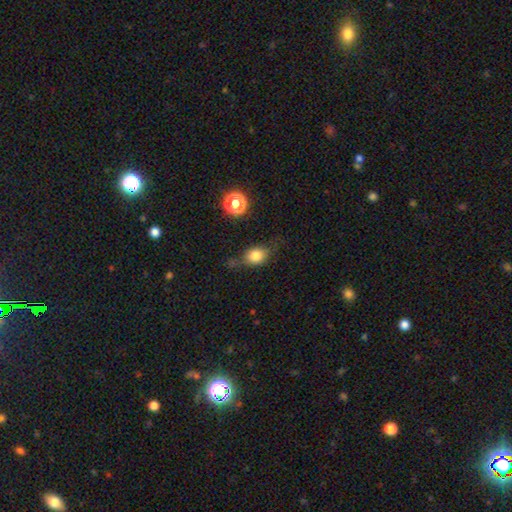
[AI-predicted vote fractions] Overall: smooth (74%). How rounded: in between (51%; round 47%). Merging: none (54%; minor disturbance 29%).